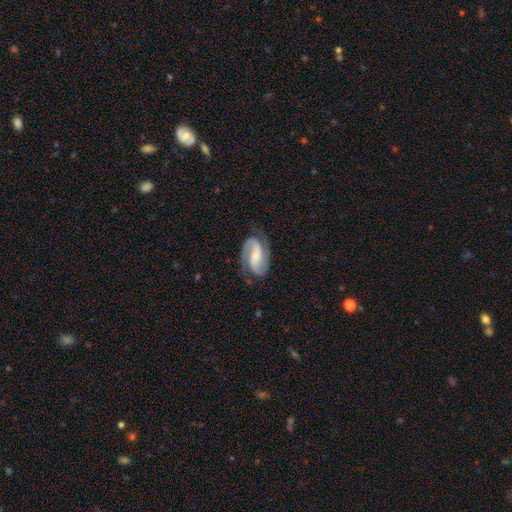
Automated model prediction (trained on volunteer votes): featured or disk 86%, smooth 9%, star or artifact 5%. Down the decision tree: edge-on disk — no (97%); bar — weak (40%); spiral arms — yes (97%); spiral arm count — 2 (91%); spiral winding — medium (50%); bulge size — small (44%); merging — none (75%).